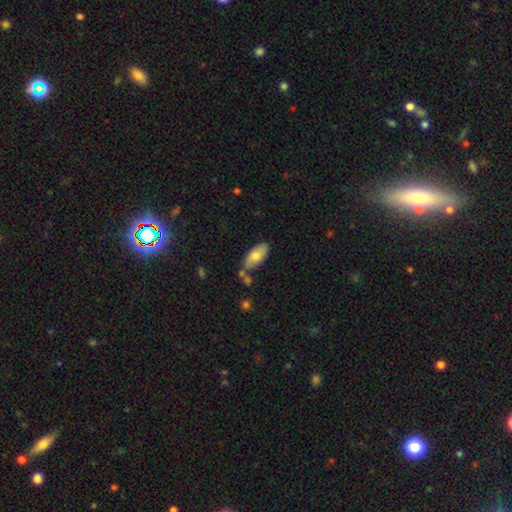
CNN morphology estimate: Smooth or featured? Predicted: smooth (p=0.76). How rounded? Predicted: in between (p=0.91). Merging? Predicted: none (p=0.69).